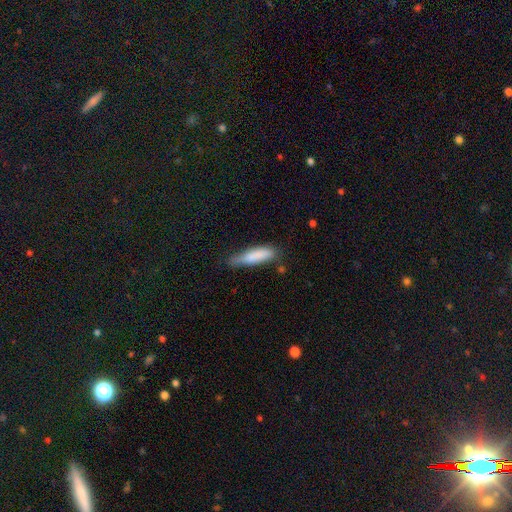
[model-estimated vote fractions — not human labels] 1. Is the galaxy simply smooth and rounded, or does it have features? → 81% smooth, 13% featured or disk, 6% star or artifact.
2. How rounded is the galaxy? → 72% cigar-shaped, 26% in between, 2% round.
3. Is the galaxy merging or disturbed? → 54% none, 34% minor disturbance, 8% major disturbance, 4% merger.